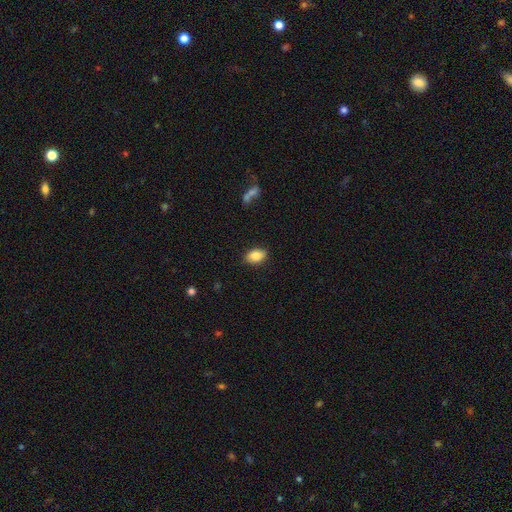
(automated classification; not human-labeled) Smooth or featured? smooth (85%)
How rounded? in between (84%)
Merging? none (86%)